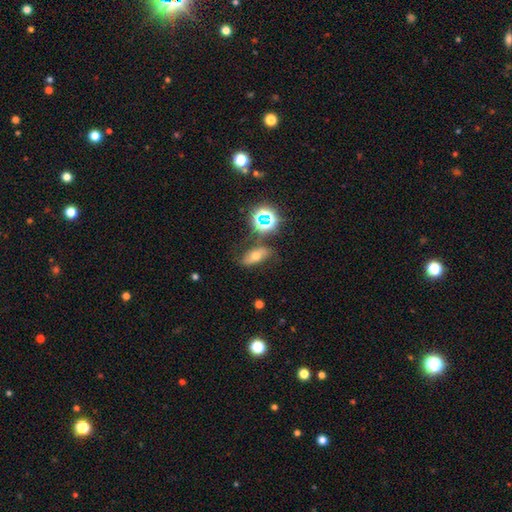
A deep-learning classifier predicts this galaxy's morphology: smooth_or_featured: smooth (p=0.50) [alt: featured or disk p=0.28]
merging: none (p=0.70) [alt: minor disturbance p=0.17]